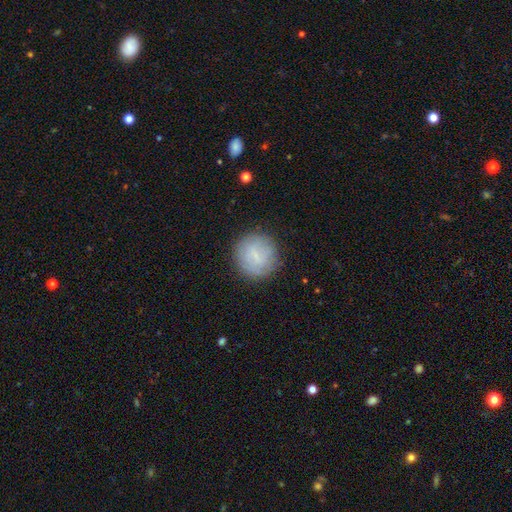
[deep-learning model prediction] smooth 68%, featured or disk 24%, star or artifact 9%. Down the decision tree: how rounded — round (92%); merging — none (83%).